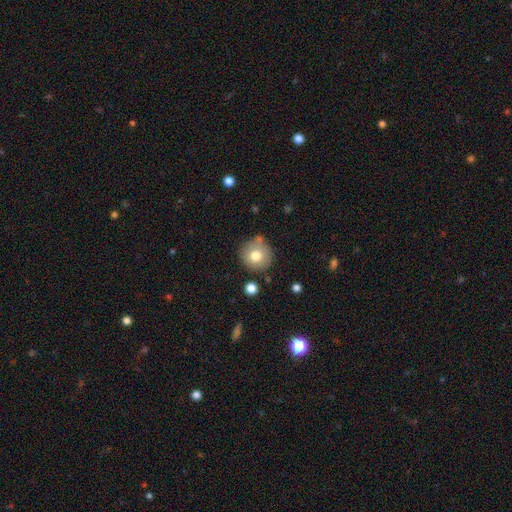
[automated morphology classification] This is likely a smooth galaxy (76%). How rounded: clearly round (93%). Merging: likely none (78%).